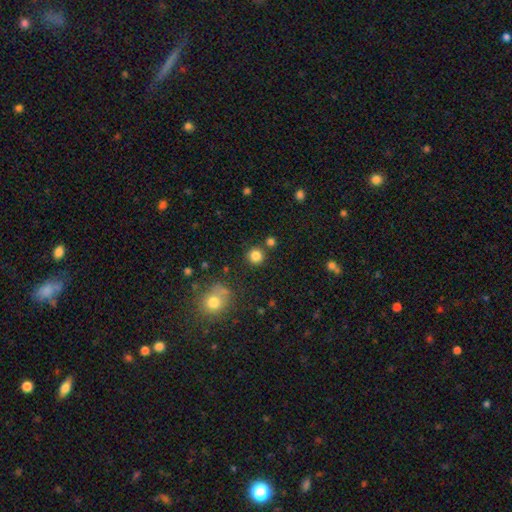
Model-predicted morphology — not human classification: A smooth galaxy with no disk features (83%) that is round (94%).

Vote fractions:
- Smooth or featured? smooth: 83% / star or artifact: 13% / featured or disk: 5%
- How rounded? round: 94% / in between: 5% / cigar-shaped: 1%
- Merging? none: 85% / minor disturbance: 7% / merger: 5% / major disturbance: 3%